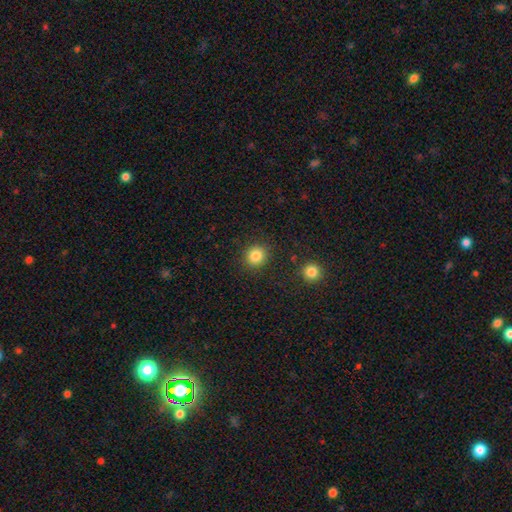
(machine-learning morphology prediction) Overall: smooth (84%). How rounded: round (87%). Merging: none (89%).